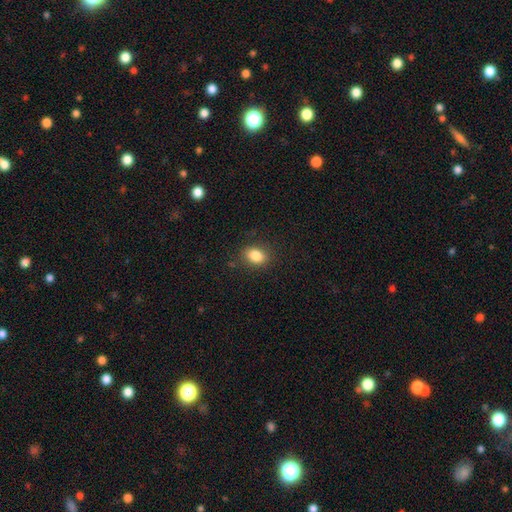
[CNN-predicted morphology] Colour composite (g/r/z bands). It shows a smooth galaxy with no disk features (84%) that is in between round and cigar-shaped (71%). Merging: none (85%).